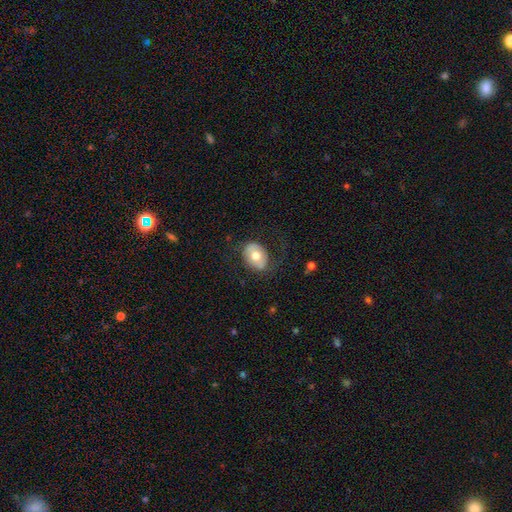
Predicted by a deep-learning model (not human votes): Smooth or featured?
  - smooth: 61% *
  - featured or disk: 33%
  - star or artifact: 7%
How rounded?
  - in between: 70% *
  - round: 29%
  - cigar-shaped: 1%
Merging?
  - none: 70% *
  - minor disturbance: 17%
  - major disturbance: 12%
  - merger: 1%